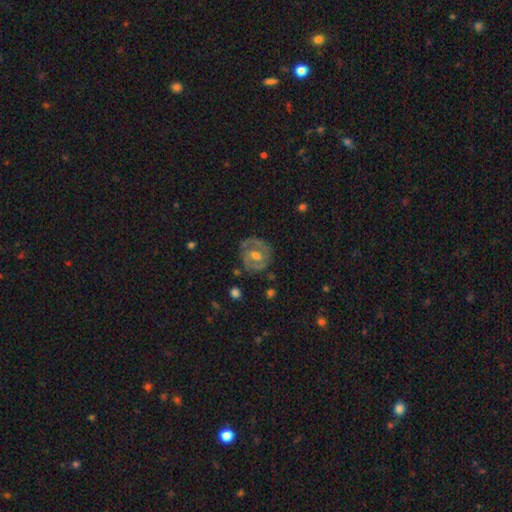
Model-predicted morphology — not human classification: Overall: featured or disk (72%). Edge-on disk: no (97%). Bar: weak (45%; no 42%). Spiral arms: yes (78%). Spiral arm count: 2 (70%). Spiral winding: tight (52%; medium 38%). Bulge size: moderate (66%). Merging: none (75%).